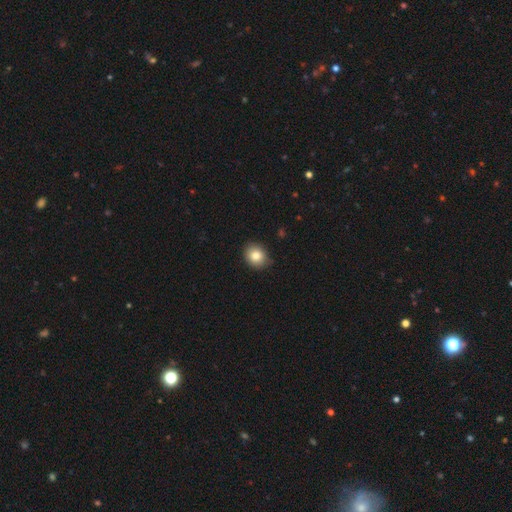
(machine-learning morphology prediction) Smooth or featured? smooth (83%)
How rounded? round (62%)
Merging? none (83%)